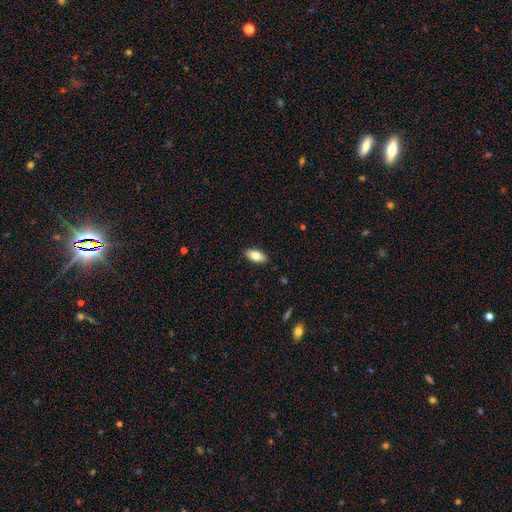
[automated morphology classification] This appears to be a smooth galaxy with no disk features (79%) that is in between round and cigar-shaped (89%). Merging: none (89%).